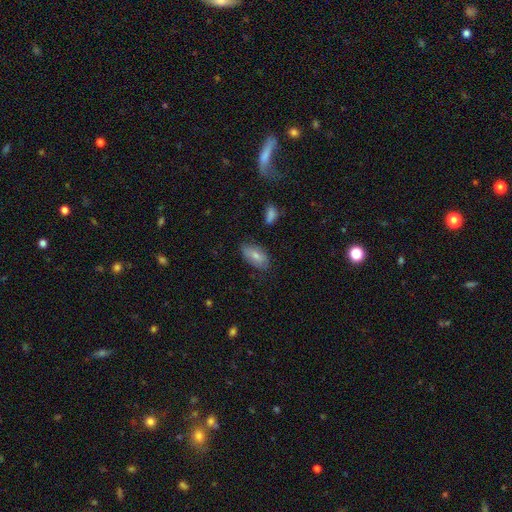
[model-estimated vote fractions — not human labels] Smooth or featured? Predicted: smooth (p=0.75). How rounded? Predicted: in between (p=0.92). Merging? Predicted: none (p=0.73).